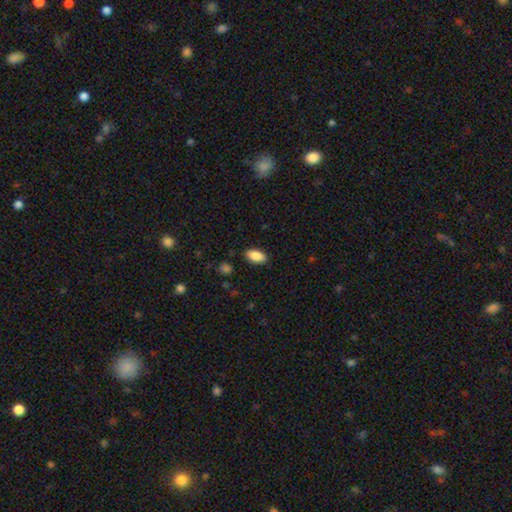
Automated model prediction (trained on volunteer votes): Morphology: type=smooth (88%); roundness=in between (92%); merging=none (87%).